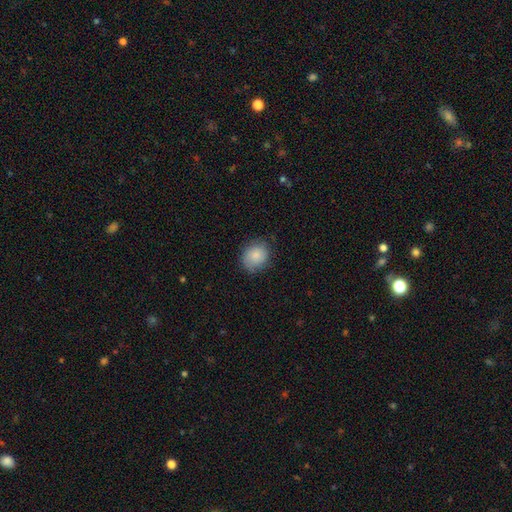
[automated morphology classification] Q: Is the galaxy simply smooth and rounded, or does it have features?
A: smooth — 81%.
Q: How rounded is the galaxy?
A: round — 68%.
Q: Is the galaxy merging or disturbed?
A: none — 77%.